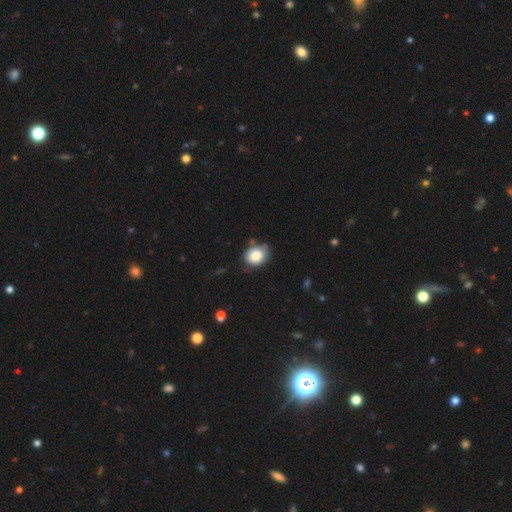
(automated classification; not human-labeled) Smooth or featured: smooth — 83% (star or artifact — 9%)
How rounded: round — 59% (in between — 40%)
Merging: none — 68% (minor disturbance — 23%)